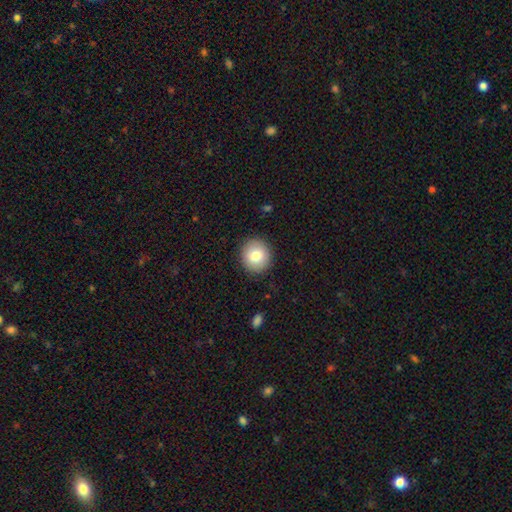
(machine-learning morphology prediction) Smooth or featured: smooth — 79% (featured or disk — 12%)
How rounded: round — 89% (in between — 11%)
Merging: none — 90% (minor disturbance — 7%)